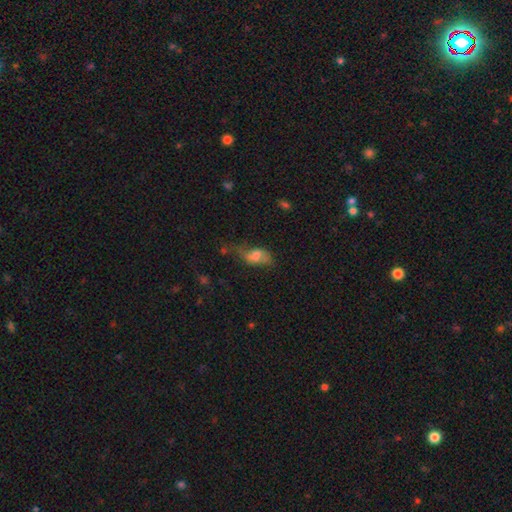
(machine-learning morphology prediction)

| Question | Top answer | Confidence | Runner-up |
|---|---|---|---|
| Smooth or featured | smooth | 59% | featured or disk (30%) |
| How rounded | in between | 84% | cigar-shaped (9%) |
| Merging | none | 39% | minor disturbance (32%) |